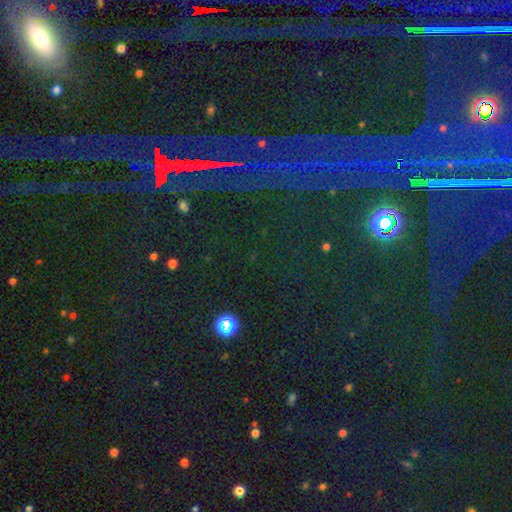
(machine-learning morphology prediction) Smooth or featured? Predicted: star or artifact (p=0.81).